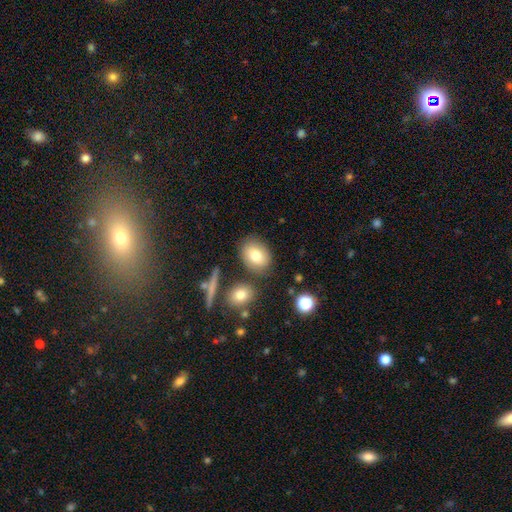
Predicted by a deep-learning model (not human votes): Smooth or featured? smooth (77%)
How rounded? in between (62%)
Merging? none (78%)